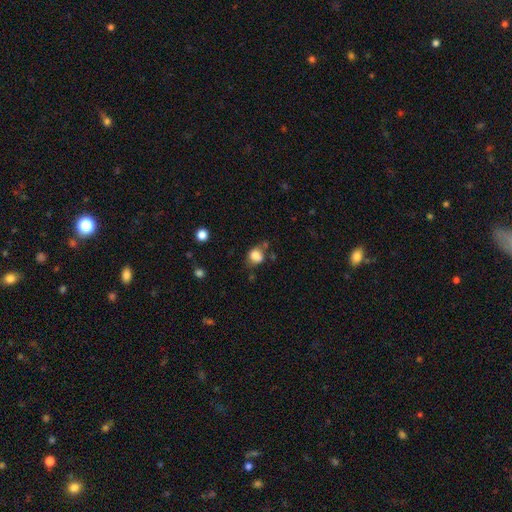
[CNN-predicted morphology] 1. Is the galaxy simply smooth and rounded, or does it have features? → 80% smooth, 11% star or artifact, 10% featured or disk.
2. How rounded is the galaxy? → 61% round, 38% in between, 1% cigar-shaped.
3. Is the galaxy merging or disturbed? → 51% none, 26% minor disturbance, 13% merger, 10% major disturbance.